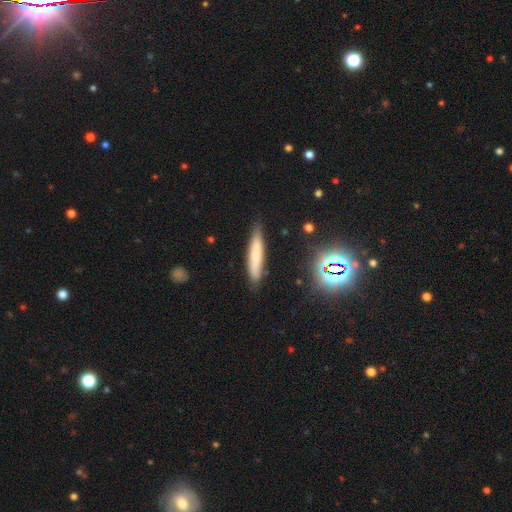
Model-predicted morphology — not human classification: type=smooth (69%); roundness=cigar-shaped (90%); merging=none (83%).